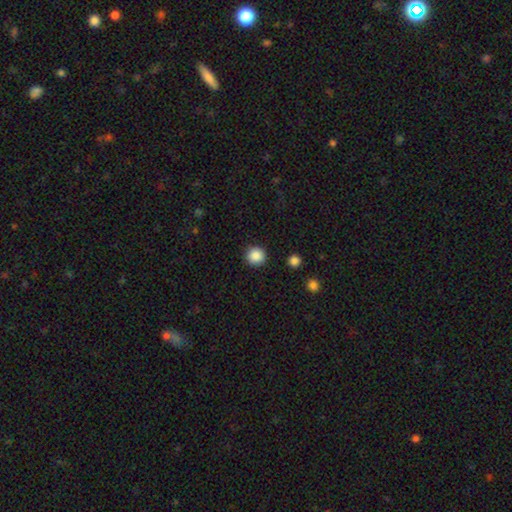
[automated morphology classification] Smooth or featured?
  - smooth: 88% *
  - star or artifact: 9%
  - featured or disk: 3%
How rounded?
  - round: 95% *
  - in between: 4%
  - cigar-shaped: 1%
Merging?
  - none: 92% *
  - minor disturbance: 5%
  - major disturbance: 2%
  - merger: 1%